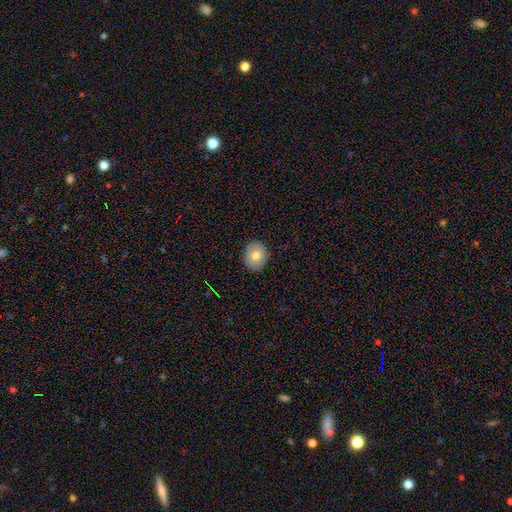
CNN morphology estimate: This appears to be a smooth galaxy with no disk features (75%) that is round (63%). Merging: none (90%).